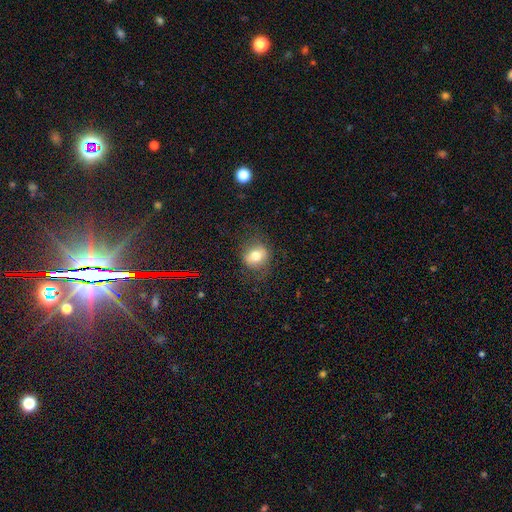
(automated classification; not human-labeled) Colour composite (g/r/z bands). It shows a smooth galaxy with no disk features (69%) that is round (69%). Merging: none (77%).